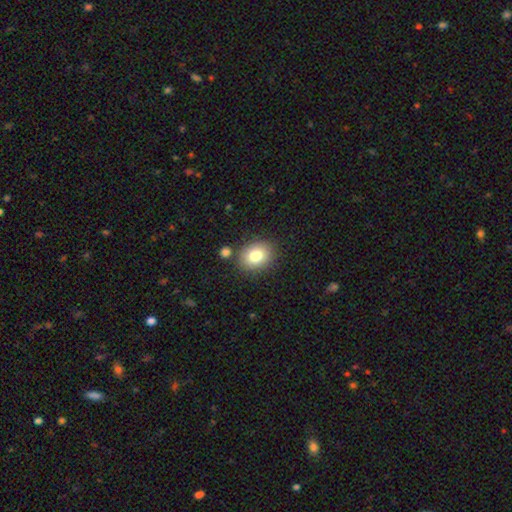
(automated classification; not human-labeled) Morphology: type=smooth (80%); roundness=round (52%); merging=none (83%).